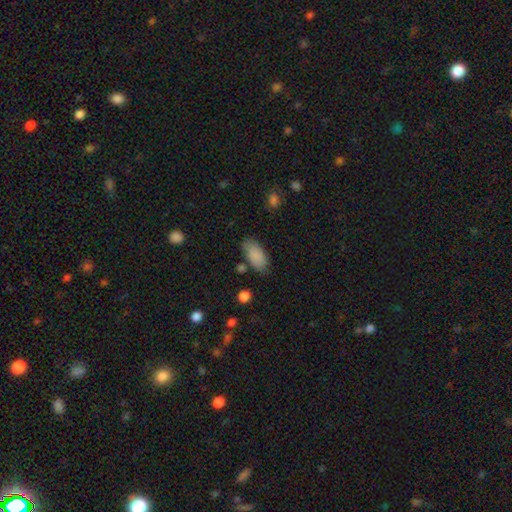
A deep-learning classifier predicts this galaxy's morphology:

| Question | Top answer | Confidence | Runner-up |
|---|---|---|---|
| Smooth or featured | smooth | 86% | star or artifact (7%) |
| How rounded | in between | 92% | cigar-shaped (6%) |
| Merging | none | 75% | minor disturbance (16%) |